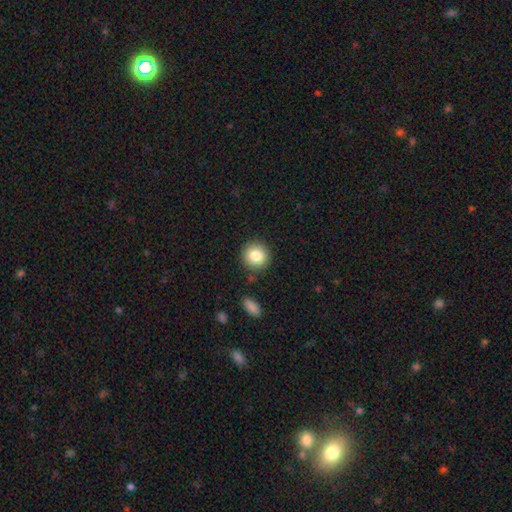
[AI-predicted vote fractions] smooth_or_featured: smooth (p=0.82) [alt: star or artifact p=0.09]
how_rounded: round (p=0.93) [alt: in between p=0.06]
merging: none (p=0.86) [alt: minor disturbance p=0.08]